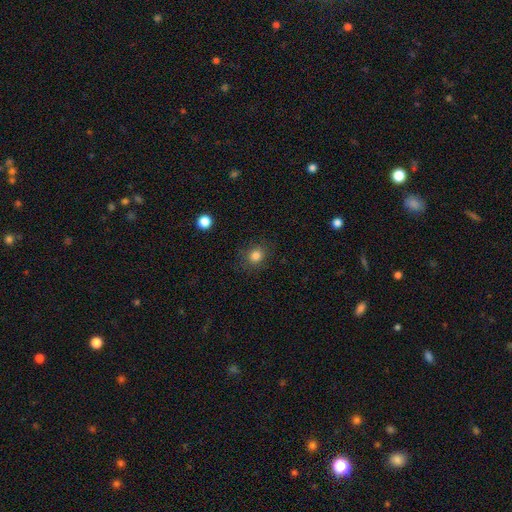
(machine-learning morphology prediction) A smooth galaxy with no disk features (82%) that is round (78%).

Vote fractions:
- Smooth or featured? smooth: 82% / star or artifact: 12% / featured or disk: 6%
- How rounded? round: 78% / in between: 22% / cigar-shaped: 1%
- Merging? none: 84% / minor disturbance: 10% / major disturbance: 4% / merger: 1%